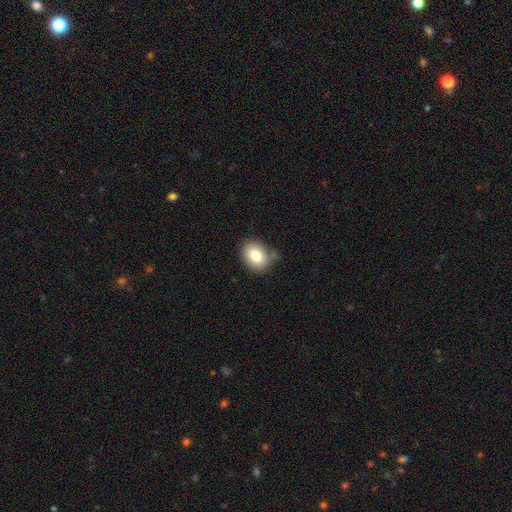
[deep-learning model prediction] Q: Smooth or featured?
A: smooth (82%); runner-up: featured or disk (10%)
Q: How rounded?
A: in between (67%); runner-up: round (32%)
Q: Merging?
A: none (70%); runner-up: minor disturbance (21%)